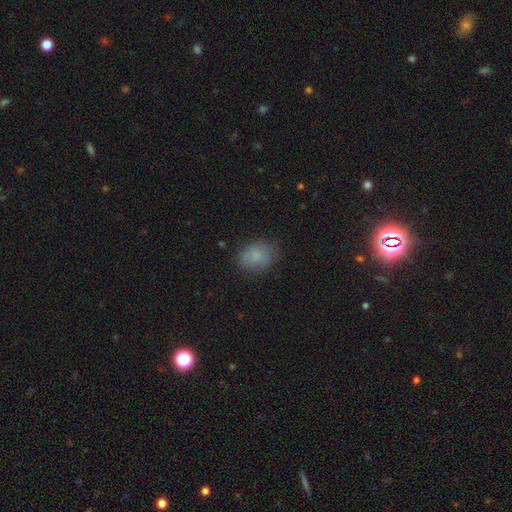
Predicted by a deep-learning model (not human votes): A smooth galaxy with no disk features (80%) that is in between round and cigar-shaped (64%). Merging: none (74%).